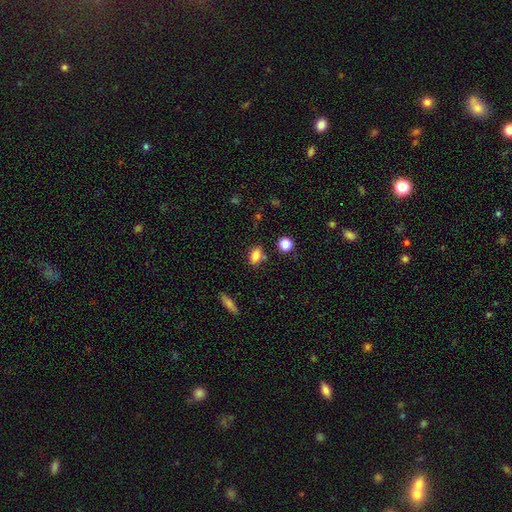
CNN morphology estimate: smooth-or-featured: smooth: 82% | star or artifact: 10% | featured or disk: 7%
  how-rounded: in between: 79% | round: 16% | cigar-shaped: 5%
  merging: none: 73% | minor disturbance: 15% | merger: 8% | major disturbance: 4%